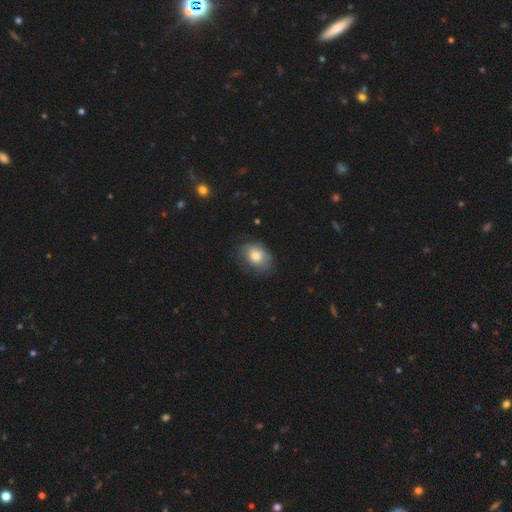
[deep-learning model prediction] Smooth or featured? smooth (77%)
How rounded? in between (68%)
Merging? none (64%)